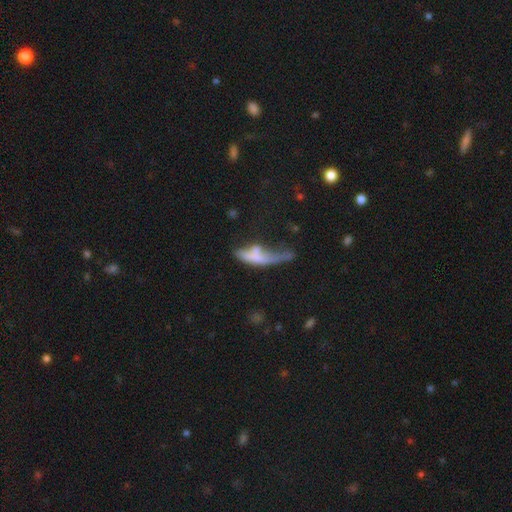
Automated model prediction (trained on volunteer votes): Smooth or featured?
  - smooth: 56% *
  - featured or disk: 35%
  - star or artifact: 10%
How rounded?
  - cigar-shaped: 56% *
  - in between: 39%
  - round: 4%
Merging?
  - major disturbance: 37% *
  - merger: 22%
  - none: 21%
  - minor disturbance: 20%